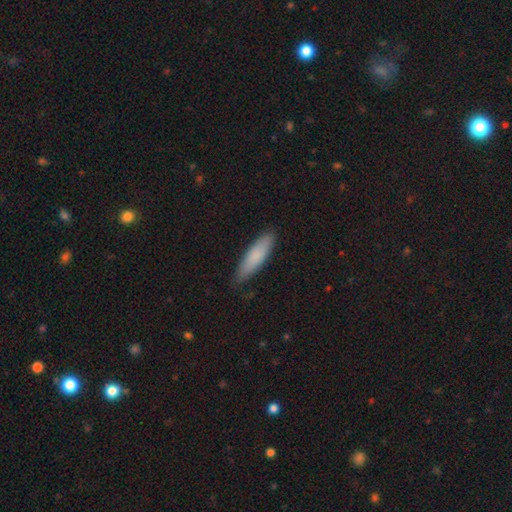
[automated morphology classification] smooth_or_featured: smooth (p=0.83) [alt: featured or disk p=0.12]
how_rounded: cigar-shaped (p=0.65) [alt: in between p=0.33]
merging: none (p=0.84) [alt: minor disturbance p=0.13]